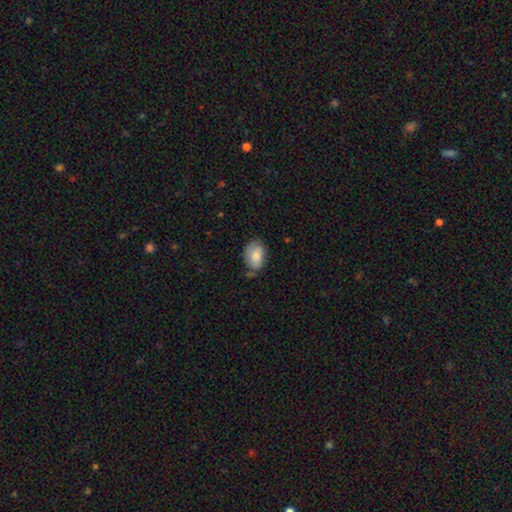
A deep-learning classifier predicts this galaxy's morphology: A smooth galaxy with no disk features (78%) that is in between round and cigar-shaped (86%).

Vote fractions:
- Smooth or featured? smooth: 78% / featured or disk: 15% / star or artifact: 7%
- How rounded? in between: 86% / round: 12% / cigar-shaped: 1%
- Merging? none: 59% / minor disturbance: 30% / major disturbance: 6% / merger: 5%